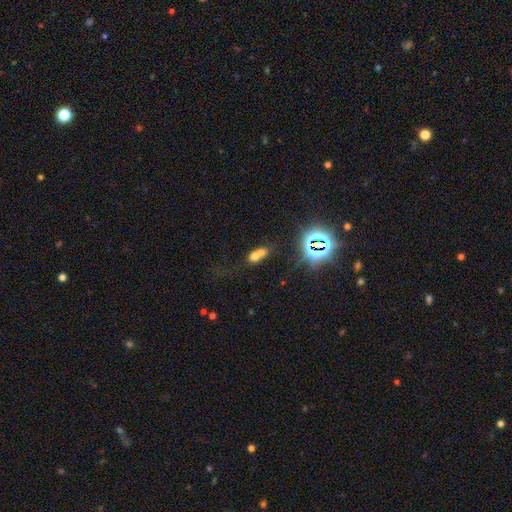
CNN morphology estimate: Q: Smooth or featured?
A: smooth (56%); runner-up: star or artifact (24%)
Q: How rounded?
A: in between (51%); runner-up: round (45%)
Q: Merging?
A: merger (65%); runner-up: none (23%)